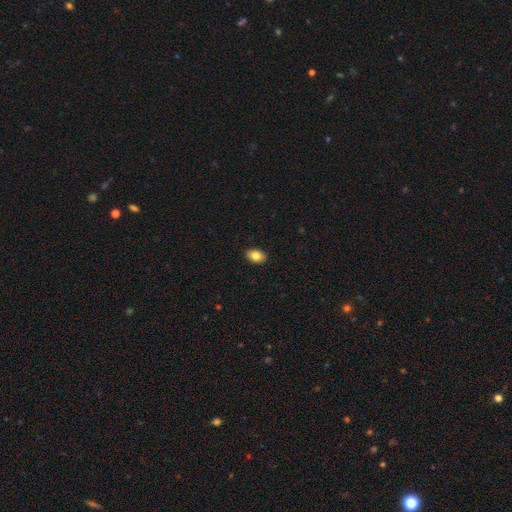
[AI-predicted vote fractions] Smooth or featured: smooth — 84% (star or artifact — 8%)
How rounded: in between — 85% (round — 14%)
Merging: none — 91% (minor disturbance — 7%)